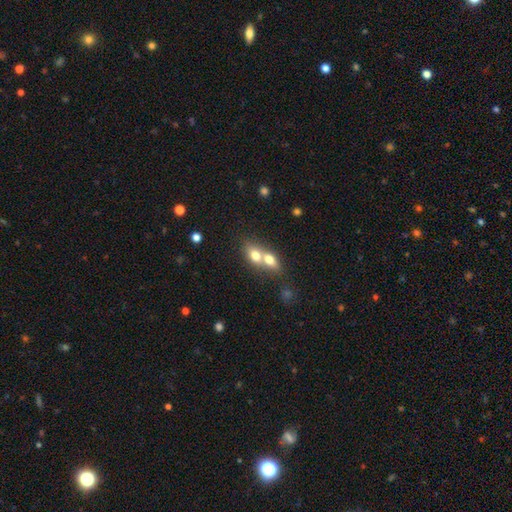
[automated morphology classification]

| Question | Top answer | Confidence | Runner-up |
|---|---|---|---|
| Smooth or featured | smooth | 70% | featured or disk (21%) |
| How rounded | in between | 73% | round (21%) |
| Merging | merger | 74% | none (18%) |